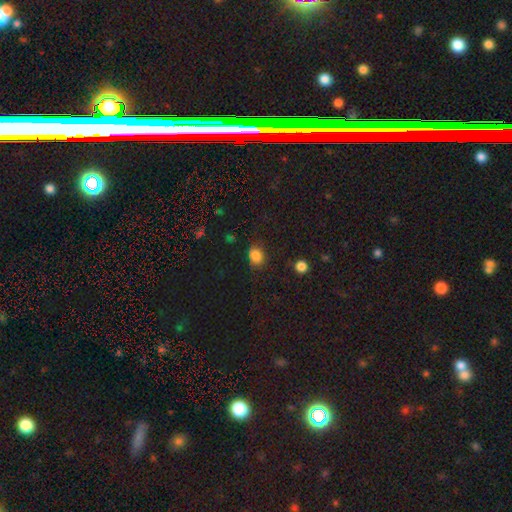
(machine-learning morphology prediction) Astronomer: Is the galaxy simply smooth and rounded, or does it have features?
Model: smooth — 83%.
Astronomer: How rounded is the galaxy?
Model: in between — 50% (runner-up: round, 49%).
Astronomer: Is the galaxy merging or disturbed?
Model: none — 75%.